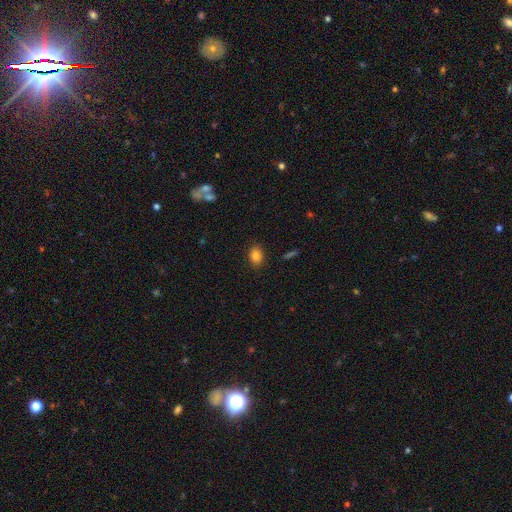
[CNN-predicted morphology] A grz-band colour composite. It shows a smooth galaxy with no disk features (83%) that is in between round and cigar-shaped (71%). Merging: none (87%).